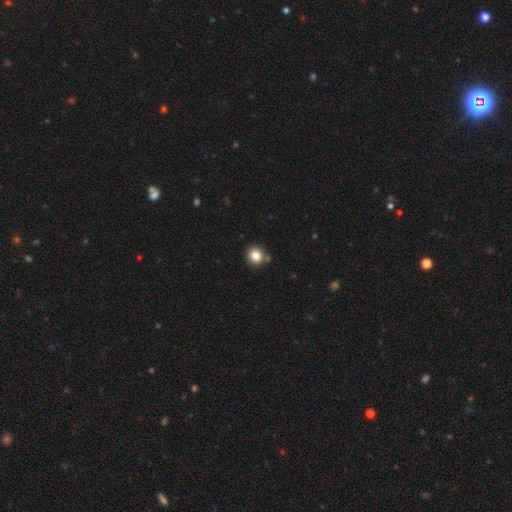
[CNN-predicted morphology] This is clearly a smooth galaxy (83%). How rounded: clearly round (91%). Merging: clearly none (82%).